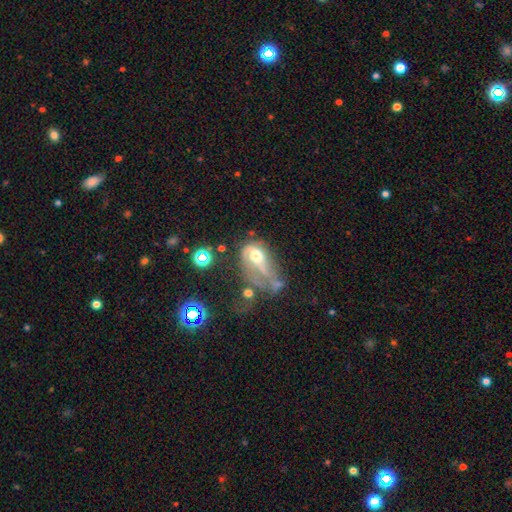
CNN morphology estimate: Smooth or featured: featured or disk — 48% (smooth — 38%)
Merging: major disturbance — 47% (merger — 25%)